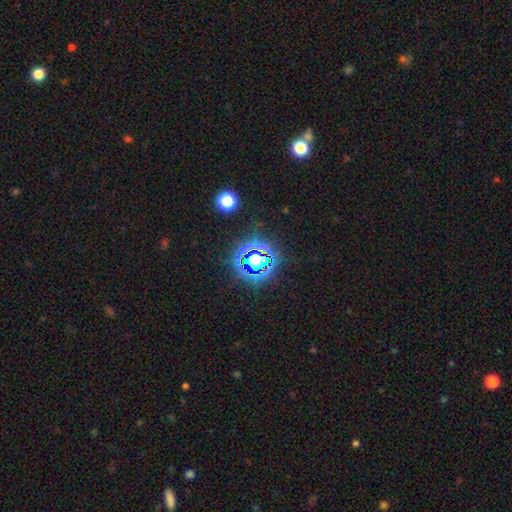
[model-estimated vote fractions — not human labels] Smooth or featured: star or artifact — 78% (smooth — 15%)